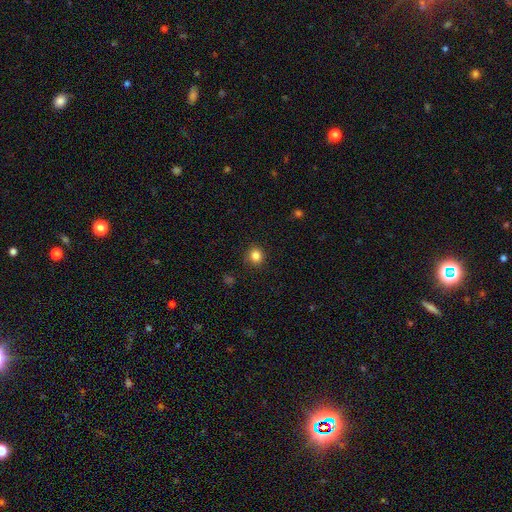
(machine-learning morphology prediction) Smooth or featured?
  - smooth: 84% *
  - star or artifact: 12%
  - featured or disk: 4%
How rounded?
  - round: 85% *
  - in between: 14%
  - cigar-shaped: 1%
Merging?
  - none: 89% *
  - minor disturbance: 8%
  - major disturbance: 2%
  - merger: 1%